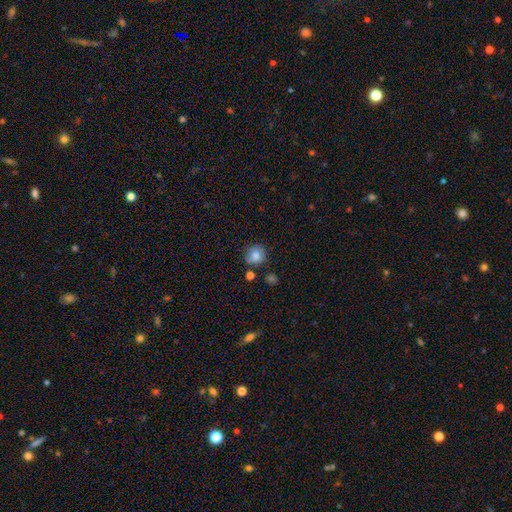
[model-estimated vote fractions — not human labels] Smooth or featured? Predicted: smooth (p=0.83). How rounded? Predicted: round (p=0.86). Merging? Predicted: none (p=0.77).